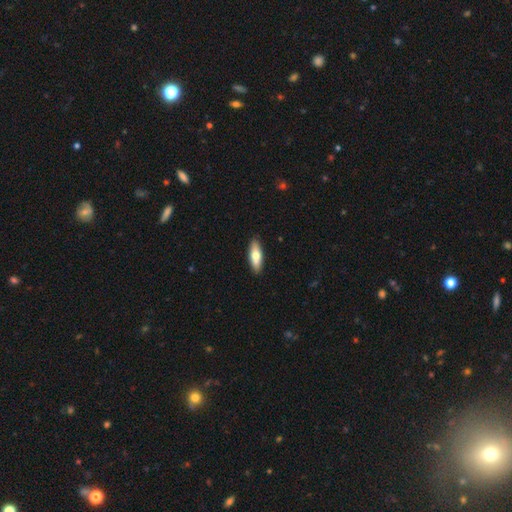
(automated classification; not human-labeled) A smooth galaxy with no disk features (62%) that is in between round and cigar-shaped (54%). Merging: none (91%).